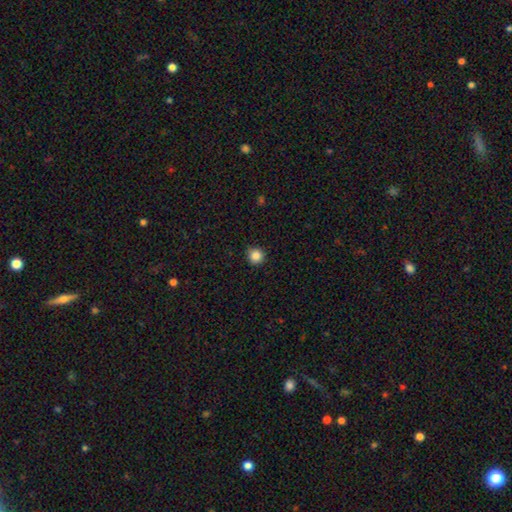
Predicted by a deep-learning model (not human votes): A smooth galaxy with no disk features (86%) that is round (93%). Merging: none (88%).